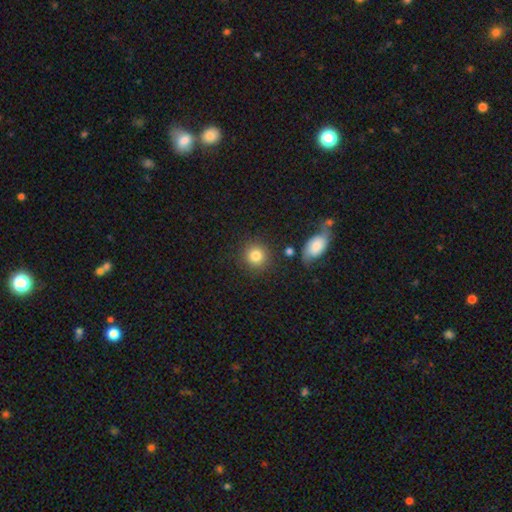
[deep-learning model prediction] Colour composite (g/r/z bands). It shows a smooth galaxy with no disk features (84%) that is round (89%). Merging: none (83%).